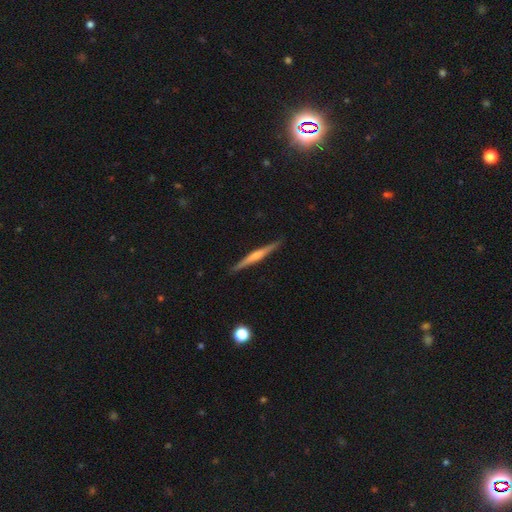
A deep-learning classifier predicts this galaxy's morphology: This is possibly a featured or disk galaxy (58%). It is clearly viewed edge-on (98%). Edge-on bulge: marginally rounded (42%). Merging: clearly none (90%).